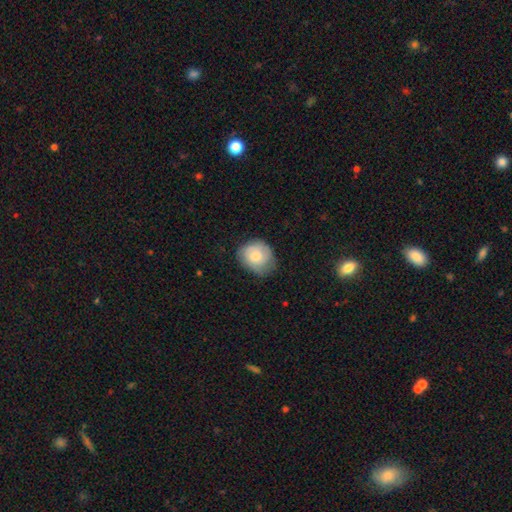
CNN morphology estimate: This appears to be a smooth galaxy with no disk features (73%) that is round (64%). Merging: none (63%).